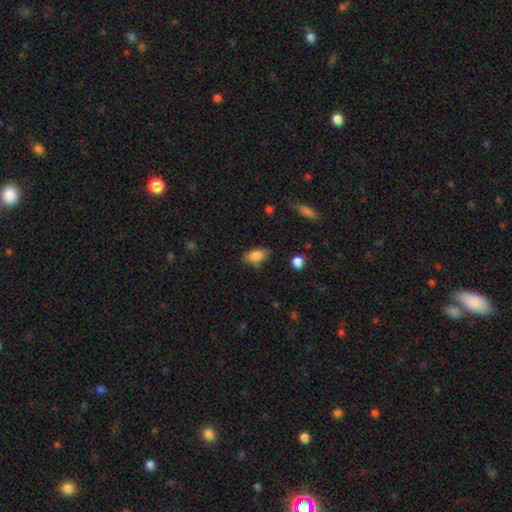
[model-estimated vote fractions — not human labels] This is clearly a smooth galaxy (85%). How rounded: clearly in between (90%). Merging: likely none (75%).